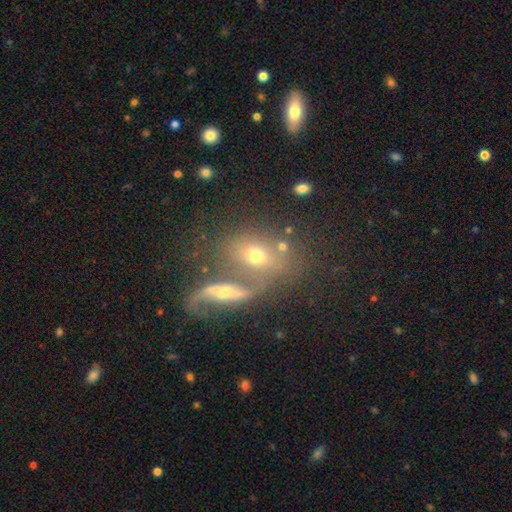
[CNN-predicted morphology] This is possibly a smooth galaxy (50%). Merging: marginally merger (43%).